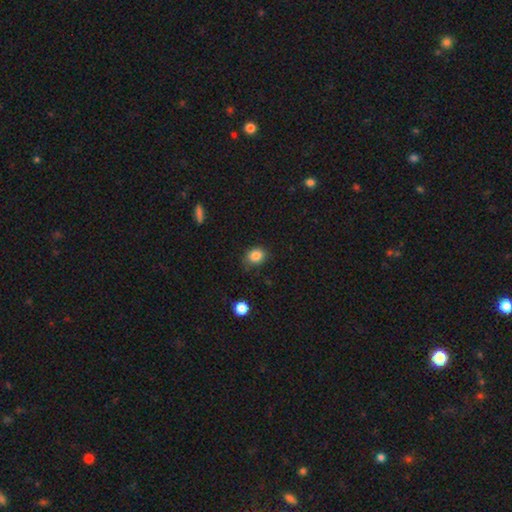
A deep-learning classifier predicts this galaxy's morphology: A smooth galaxy with no disk features (85%) that is round (57%).

Vote fractions:
- Smooth or featured? smooth: 85% / star or artifact: 10% / featured or disk: 5%
- How rounded? round: 57% / in between: 42% / cigar-shaped: 1%
- Merging? none: 76% / minor disturbance: 19% / major disturbance: 4% / merger: 2%